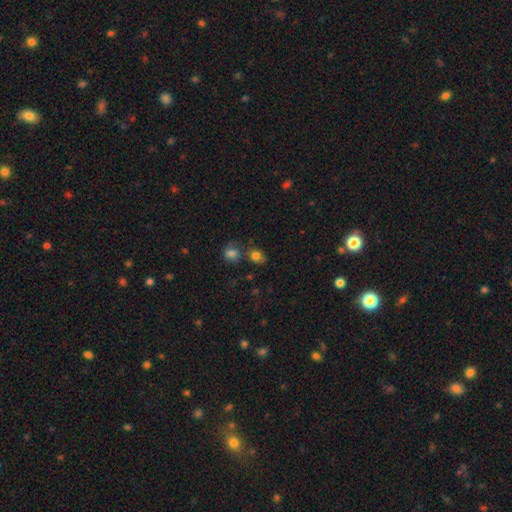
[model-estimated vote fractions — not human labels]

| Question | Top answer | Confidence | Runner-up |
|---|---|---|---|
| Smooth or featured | smooth | 79% | star or artifact (13%) |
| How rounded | in between | 50% | round (48%) |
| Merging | none | 59% | merger (23%) |